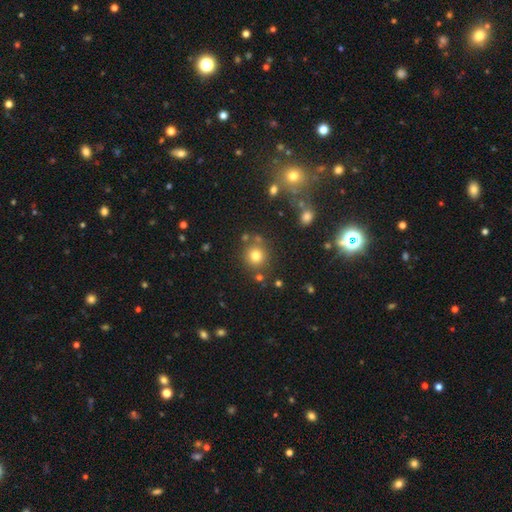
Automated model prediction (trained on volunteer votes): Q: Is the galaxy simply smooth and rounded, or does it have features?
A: smooth — 77%.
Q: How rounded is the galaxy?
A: round — 91%.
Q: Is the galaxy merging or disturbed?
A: none — 79%.